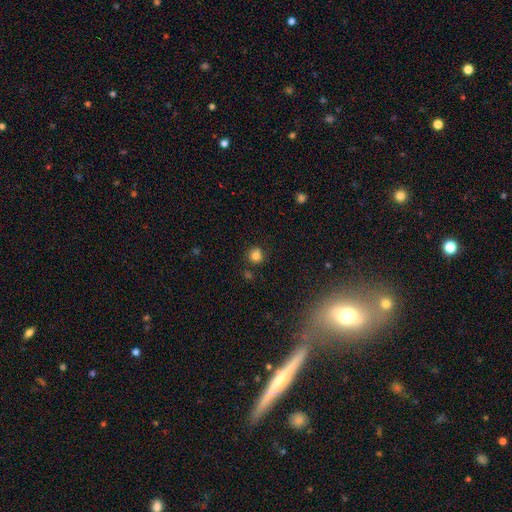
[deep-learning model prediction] Smooth or featured: smooth — 81% (star or artifact — 12%)
How rounded: round — 89% (in between — 10%)
Merging: none — 79% (minor disturbance — 12%)